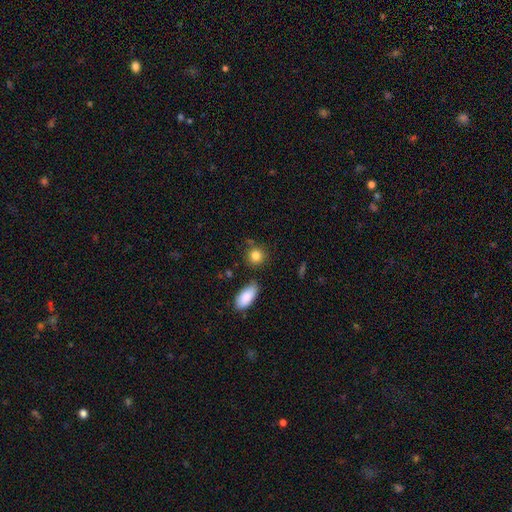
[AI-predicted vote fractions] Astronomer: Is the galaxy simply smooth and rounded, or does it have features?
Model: smooth — 85%.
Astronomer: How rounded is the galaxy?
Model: round — 81%.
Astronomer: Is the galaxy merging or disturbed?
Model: none — 78%.